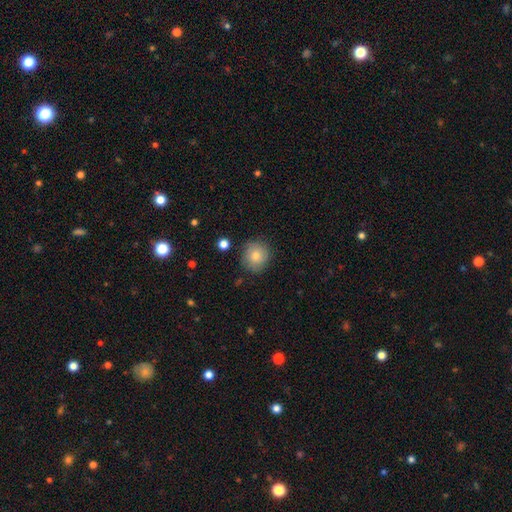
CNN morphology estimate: Smooth or featured: smooth — 75% (featured or disk — 15%)
How rounded: round — 90% (in between — 9%)
Merging: none — 85% (minor disturbance — 11%)